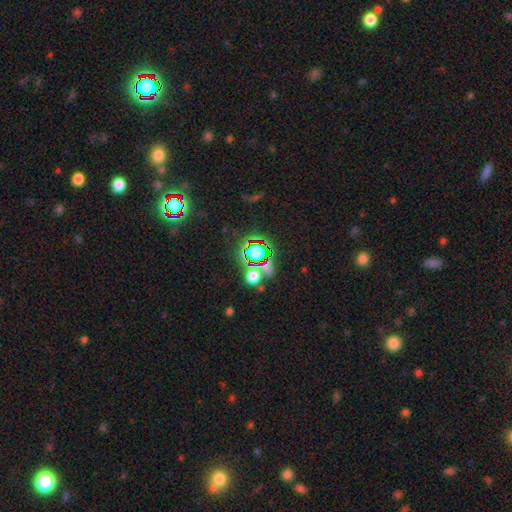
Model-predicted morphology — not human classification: Smooth or featured? star or artifact (54%)